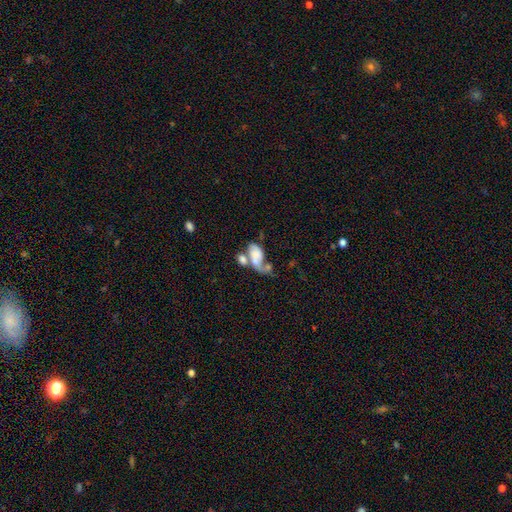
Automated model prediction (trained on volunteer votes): A smooth galaxy with no disk features (47%). Merging: merger (49%).